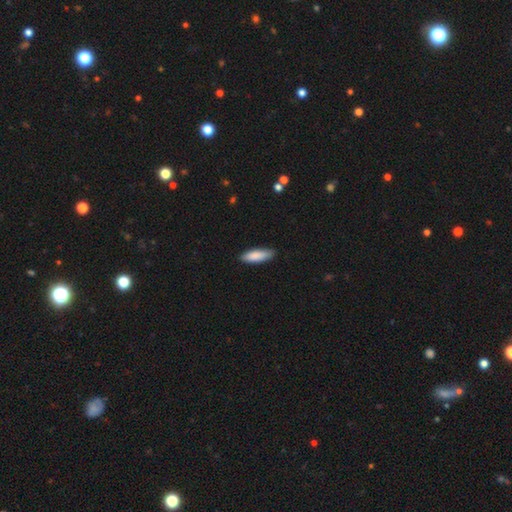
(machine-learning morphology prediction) The model was most divided on "how rounded": in between: 50%, cigar-shaped: 48%, round: 2%. More confident: smooth or featured — smooth (87%); merging — none (84%).